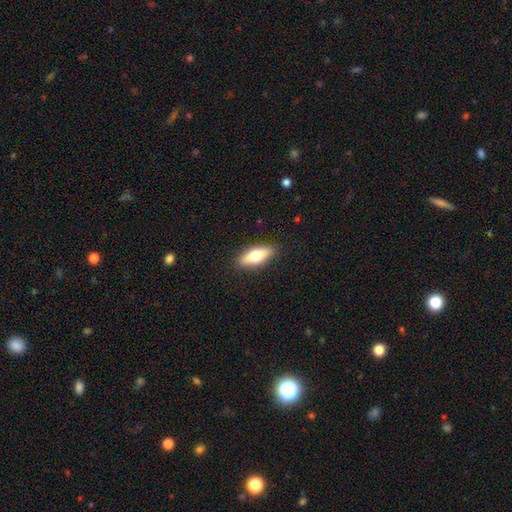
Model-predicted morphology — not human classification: smooth-or-featured: smooth: 63% | featured or disk: 31% | star or artifact: 6%
  how-rounded: in between: 67% | cigar-shaped: 30% | round: 3%
  merging: none: 88% | minor disturbance: 9% | major disturbance: 2% | merger: 1%